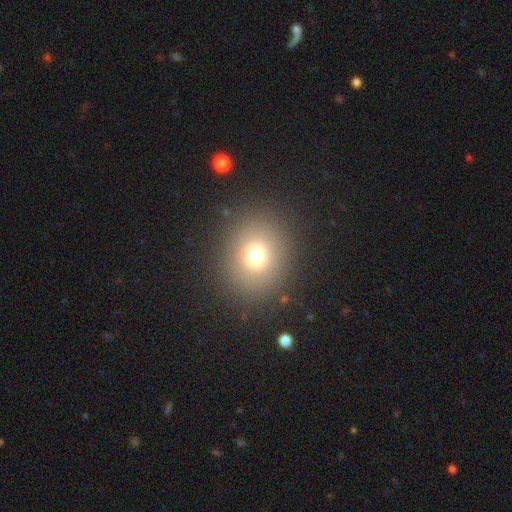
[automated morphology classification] Q: Smooth or featured?
A: smooth (72%); runner-up: star or artifact (16%)
Q: How rounded?
A: round (75%); runner-up: in between (24%)
Q: Merging?
A: none (87%); runner-up: minor disturbance (8%)